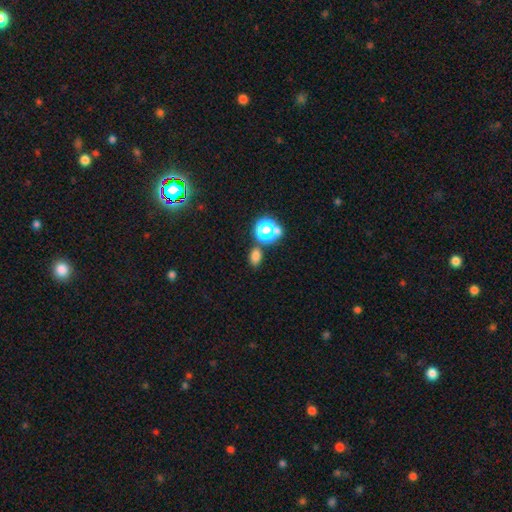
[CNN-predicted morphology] A smooth galaxy with no disk features (72%) that is in between round and cigar-shaped (70%). Merging: none (71%).